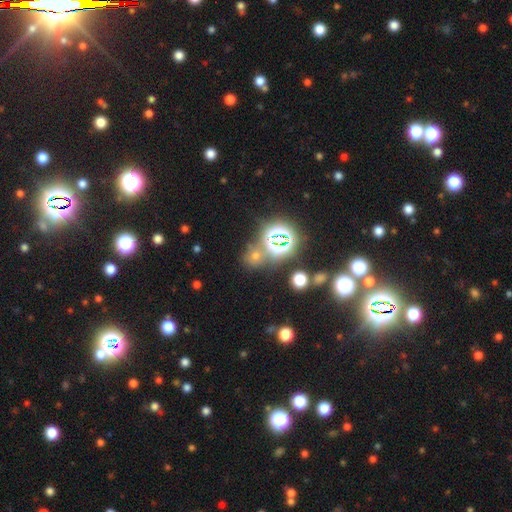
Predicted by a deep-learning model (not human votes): star or artifact 59%, smooth 33%, featured or disk 8%.